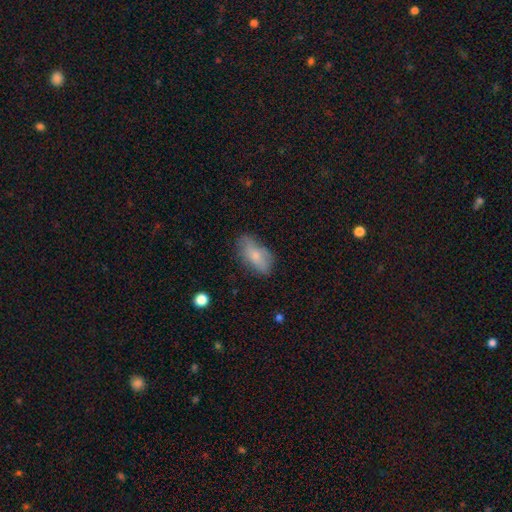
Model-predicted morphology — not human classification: Smooth or featured: smooth — 70% (featured or disk — 23%)
How rounded: in between — 87% (cigar-shaped — 10%)
Merging: none — 61% (minor disturbance — 28%)